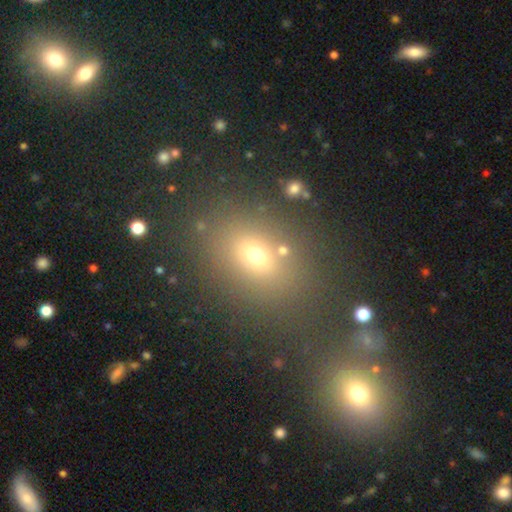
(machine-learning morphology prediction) A smooth galaxy with no disk features (61%) that is in between round and cigar-shaped (61%). Merging: none (73%).